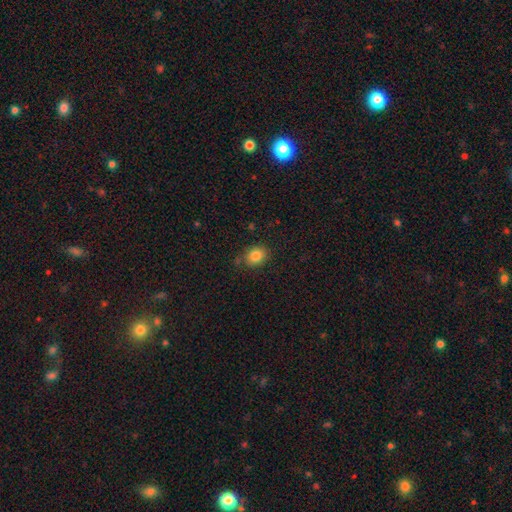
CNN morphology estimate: This appears to be a smooth galaxy with no disk features (83%) that is round (51%). Merging: none (80%).